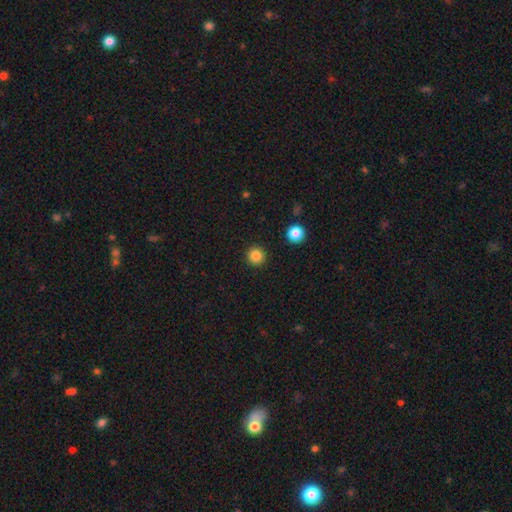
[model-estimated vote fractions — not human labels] The model was most divided on "smooth or featured": smooth: 85%, star or artifact: 11%, featured or disk: 4%. More confident: how rounded — round (95%); merging — none (93%).